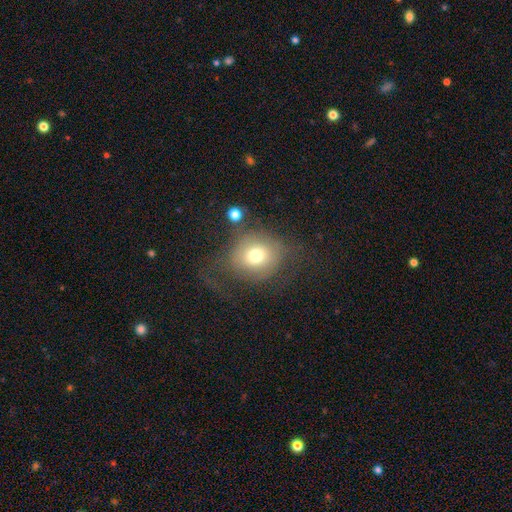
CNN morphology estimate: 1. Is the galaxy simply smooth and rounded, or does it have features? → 66% smooth, 22% featured or disk, 12% star or artifact.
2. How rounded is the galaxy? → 80% round, 19% in between, 1% cigar-shaped.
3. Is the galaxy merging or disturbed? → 48% none, 29% major disturbance, 20% minor disturbance, 4% merger.